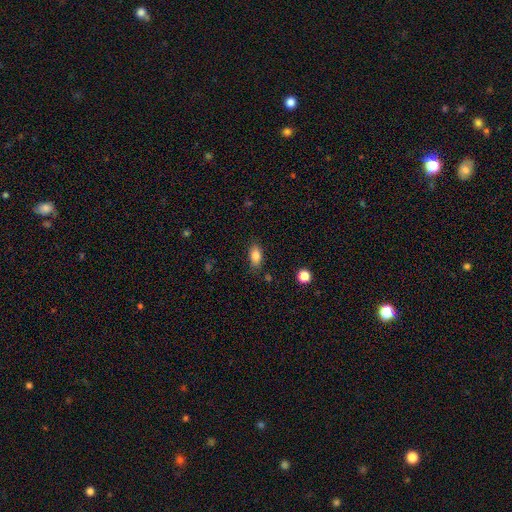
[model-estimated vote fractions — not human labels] A smooth galaxy with no disk features (84%) that is in between round and cigar-shaped (88%). Merging: none (83%).